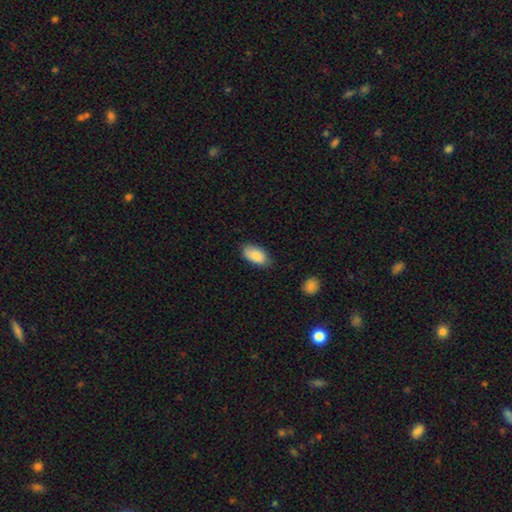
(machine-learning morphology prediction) The model was most divided on "merging": none: 79%, minor disturbance: 17%, major disturbance: 3%, merger: 1%. More confident: how rounded — in between (94%); smooth or featured — smooth (87%).